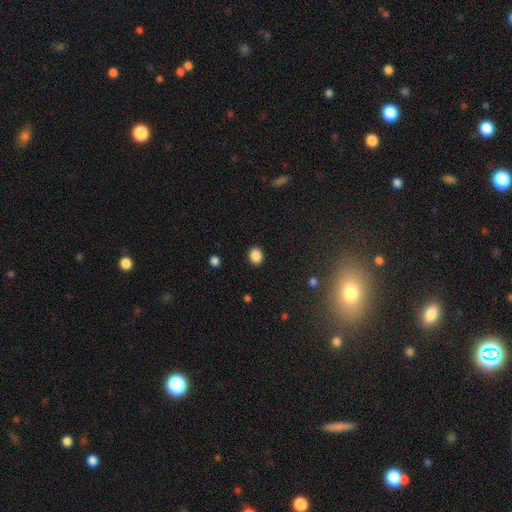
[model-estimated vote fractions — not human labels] smooth 87%, star or artifact 10%, featured or disk 3%. Down the decision tree: how rounded — round (59%); merging — none (90%).